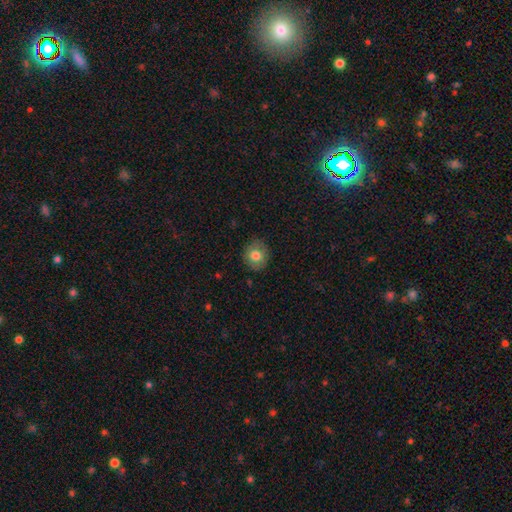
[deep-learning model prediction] This is likely a smooth galaxy (75%). How rounded: clearly round (83%). Merging: clearly none (86%).